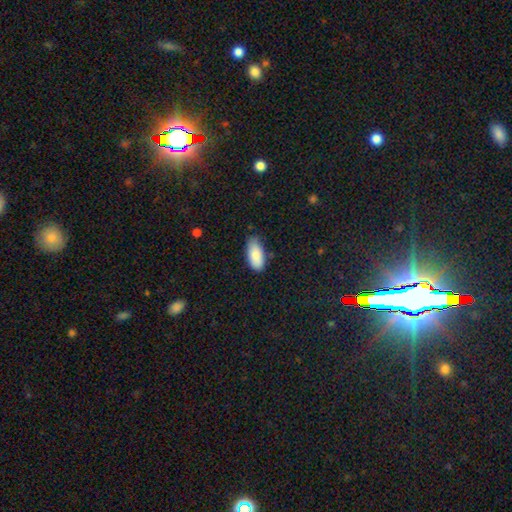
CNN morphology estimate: Q: Smooth or featured?
A: smooth (86%); runner-up: featured or disk (8%)
Q: How rounded?
A: in between (91%); runner-up: cigar-shaped (7%)
Q: Merging?
A: none (67%); runner-up: minor disturbance (27%)